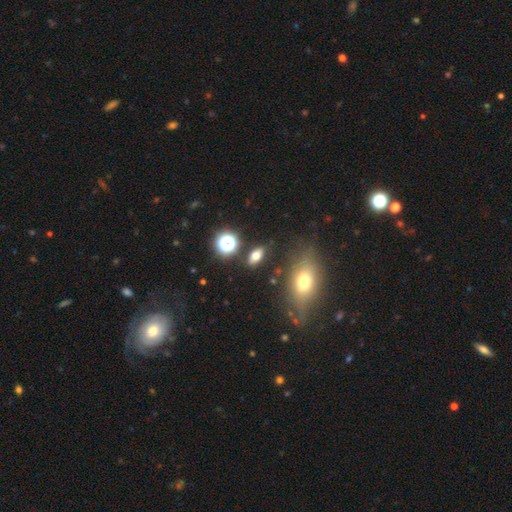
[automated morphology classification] smooth 64%, featured or disk 19%, star or artifact 17%. Down the decision tree: how rounded — in between (76%); merging — none (83%).